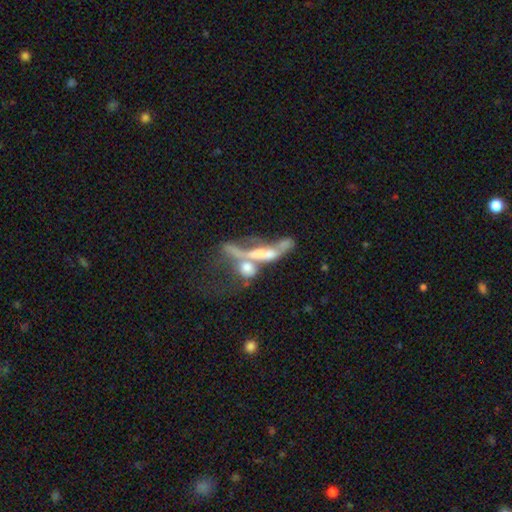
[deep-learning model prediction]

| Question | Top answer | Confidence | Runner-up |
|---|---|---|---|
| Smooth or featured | featured or disk | 60% | smooth (23%) |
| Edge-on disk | no | 57% | yes (43%) |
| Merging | merger | 55% | major disturbance (21%) |